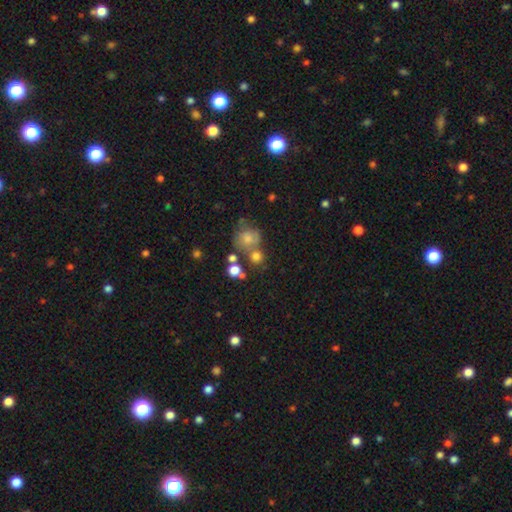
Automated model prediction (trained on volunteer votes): Morphology: type=smooth (62%); roundness=round (82%); merging=none (51%).